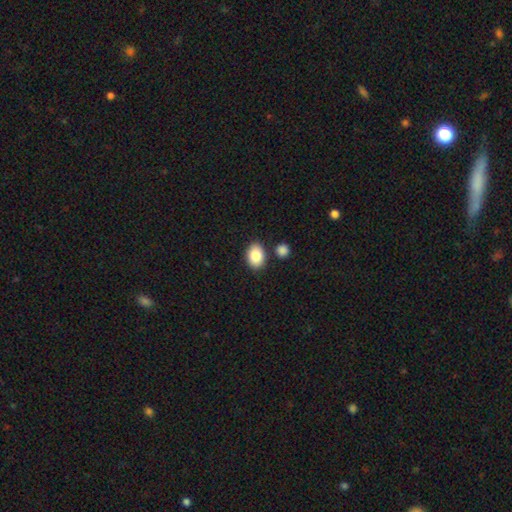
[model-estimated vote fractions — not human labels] Smooth or featured? smooth (86%)
How rounded? in between (80%)
Merging? none (82%)